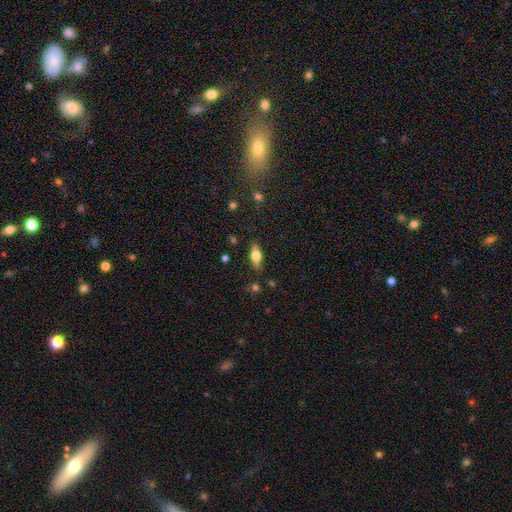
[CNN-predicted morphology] This appears to be a smooth galaxy with no disk features (57%) that is in between round and cigar-shaped (69%). Merging: none (84%).